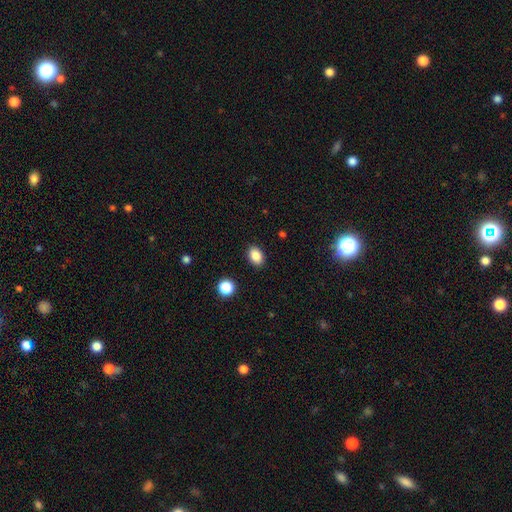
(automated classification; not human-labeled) A smooth galaxy with no disk features (87%) that is in between round and cigar-shaped (77%). Merging: none (88%).